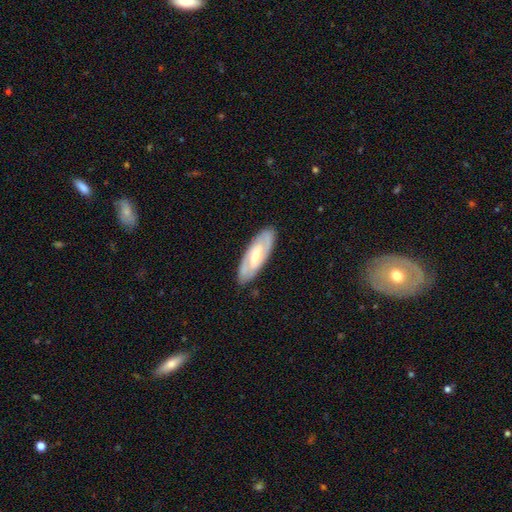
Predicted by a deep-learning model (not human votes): Smooth or featured? featured or disk (69%)
Edge-on disk? no (84%)
Bar? weak (45%)
Spiral arms? yes (71%)
Bulge size? moderate (60%)
Merging? none (87%)